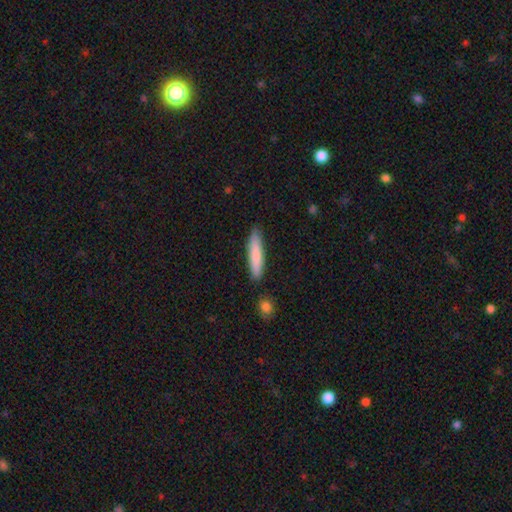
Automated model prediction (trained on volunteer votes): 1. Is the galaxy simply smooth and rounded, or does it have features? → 80% smooth, 14% featured or disk, 5% star or artifact.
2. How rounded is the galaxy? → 88% cigar-shaped, 10% in between, 1% round.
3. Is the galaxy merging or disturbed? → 86% none, 10% minor disturbance, 2% merger, 2% major disturbance.